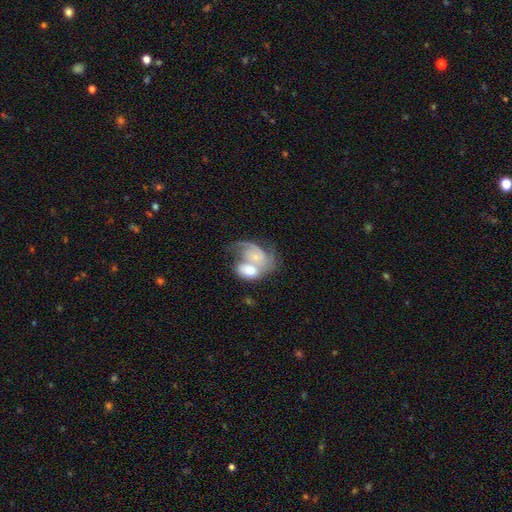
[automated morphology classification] Smooth or featured?
  - featured or disk: 61% *
  - smooth: 32%
  - star or artifact: 7%
Edge-on disk?
  - no: 97% *
  - yes: 3%
Bar?
  - no: 70% *
  - weak: 24%
  - strong: 5%
Spiral arms?
  - yes: 79% *
  - no: 21%
Bulge size?
  - small: 45% *
  - moderate: 28%
  - none: 16%
  - large: 8%
  - dominant: 3%
Merging?
  - merger: 68% *
  - major disturbance: 13%
  - none: 12%
  - minor disturbance: 7%